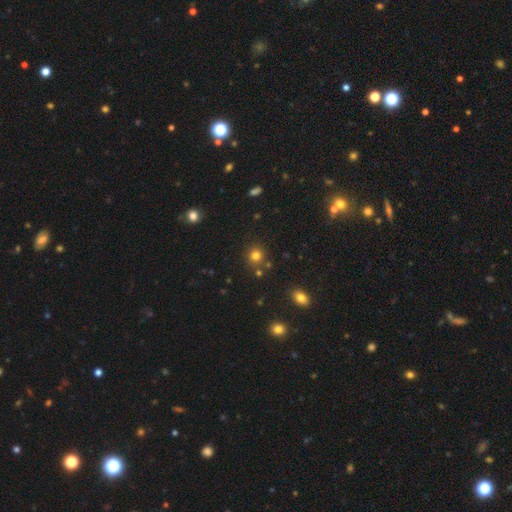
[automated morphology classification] smooth_or_featured: smooth (p=0.78) [alt: star or artifact p=0.16]
how_rounded: round (p=0.86) [alt: in between p=0.14]
merging: none (p=0.80) [alt: minor disturbance p=0.09]